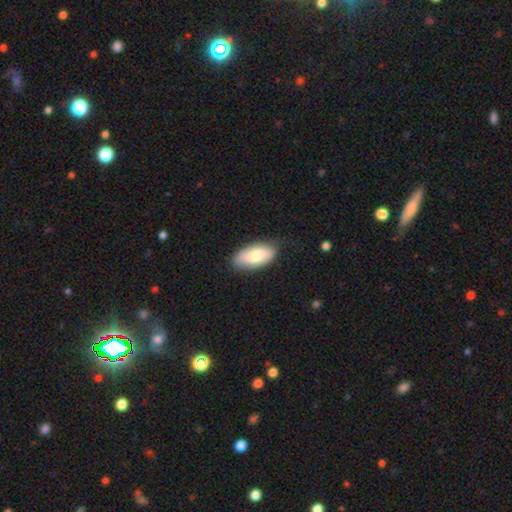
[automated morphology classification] smooth 73%, featured or disk 22%, star or artifact 6%. Down the decision tree: how rounded — in between (93%); merging — none (75%).